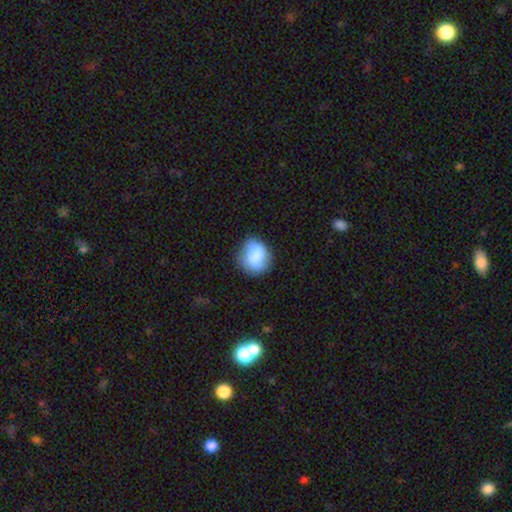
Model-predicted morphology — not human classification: smooth 73%, featured or disk 19%, star or artifact 8%. Down the decision tree: how rounded — round (65%); merging — none (67%).